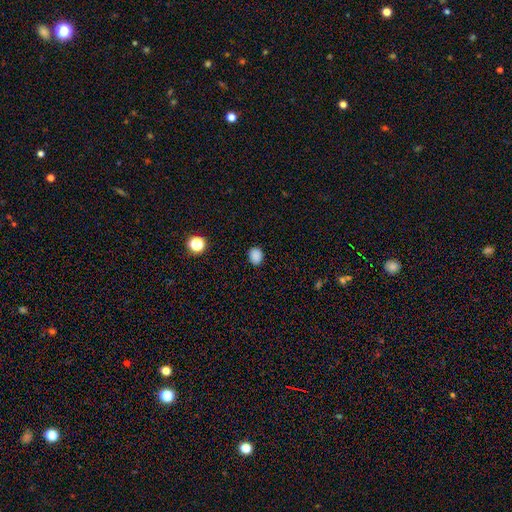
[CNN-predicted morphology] smooth-or-featured: smooth: 85% | star or artifact: 12% | featured or disk: 3%
  how-rounded: in between: 52% | round: 47% | cigar-shaped: 1%
  merging: none: 86% | minor disturbance: 10% | major disturbance: 2% | merger: 1%